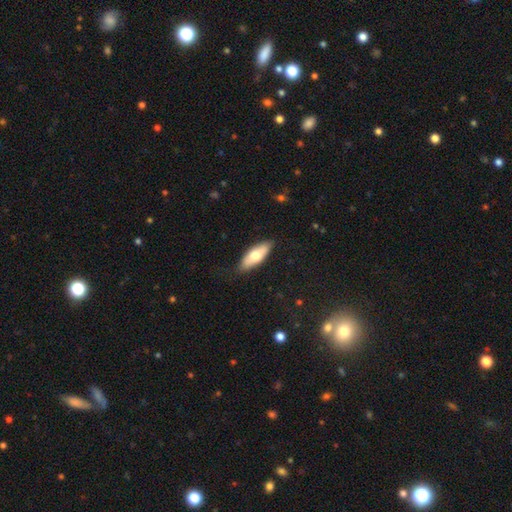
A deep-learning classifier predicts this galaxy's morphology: Smooth or featured: smooth — 66% (featured or disk — 28%)
How rounded: in between — 68% (cigar-shaped — 30%)
Merging: none — 83% (minor disturbance — 13%)